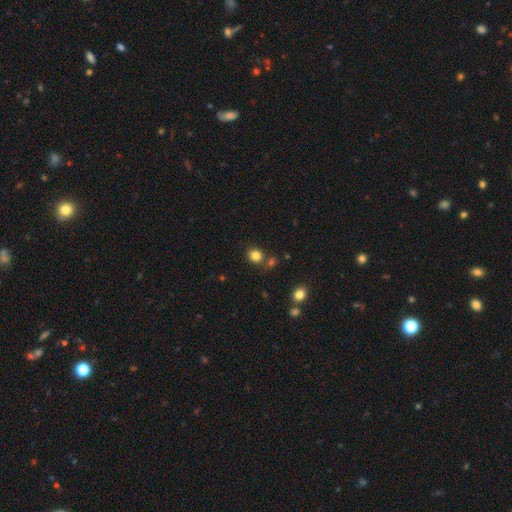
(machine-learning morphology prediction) smooth_or_featured: smooth (p=0.83) [alt: star or artifact p=0.12]
how_rounded: round (p=0.76) [alt: in between p=0.23]
merging: none (p=0.73) [alt: merger p=0.14]